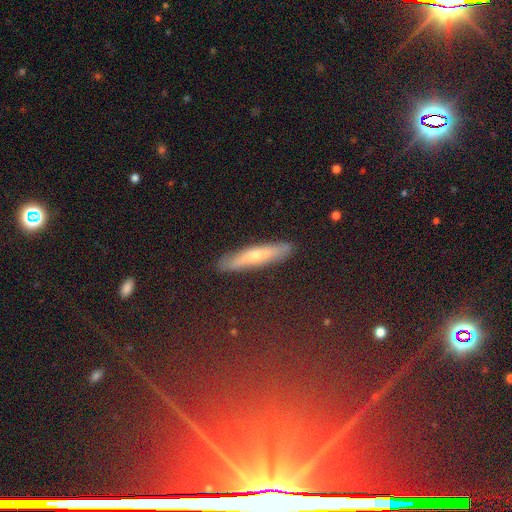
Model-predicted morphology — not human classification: Smooth or featured? featured or disk (46%)
Merging? none (88%)